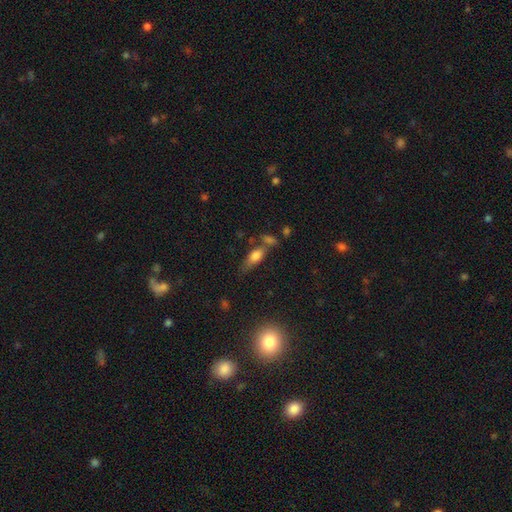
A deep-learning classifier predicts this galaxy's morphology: Smooth or featured?
  - smooth: 72% *
  - featured or disk: 18%
  - star or artifact: 11%
How rounded?
  - in between: 75% *
  - cigar-shaped: 20%
  - round: 4%
Merging?
  - none: 48% *
  - merger: 23%
  - minor disturbance: 20%
  - major disturbance: 9%